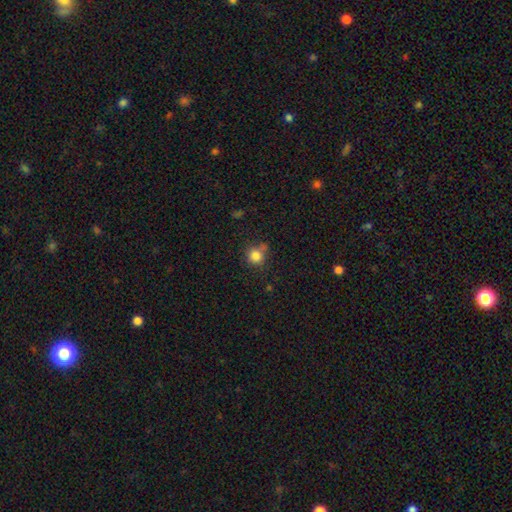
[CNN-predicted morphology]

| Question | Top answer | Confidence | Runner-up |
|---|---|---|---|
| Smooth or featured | smooth | 83% | star or artifact (11%) |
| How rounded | round | 90% | in between (10%) |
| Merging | none | 66% | minor disturbance (18%) |